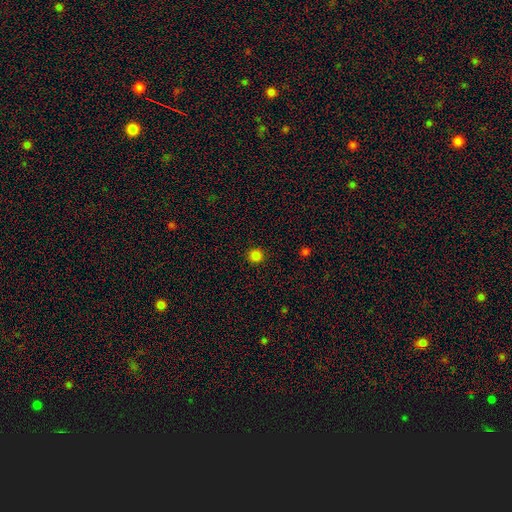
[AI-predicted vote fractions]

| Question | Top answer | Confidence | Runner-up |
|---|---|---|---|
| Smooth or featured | smooth | 84% | star or artifact (13%) |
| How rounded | round | 95% | in between (4%) |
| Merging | none | 93% | minor disturbance (5%) |